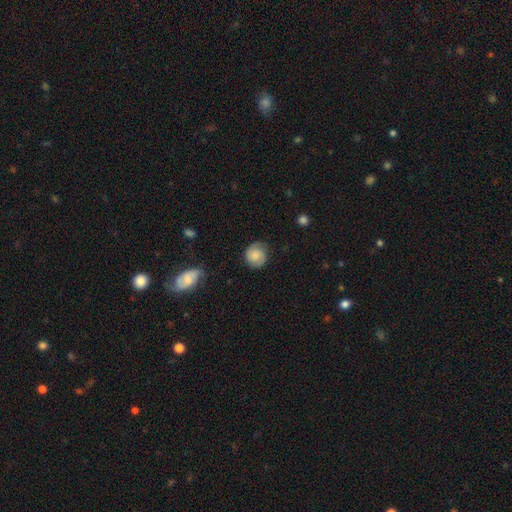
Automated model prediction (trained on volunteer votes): A smooth galaxy with no disk features (54%) that is round (84%).

Vote fractions:
- Smooth or featured? smooth: 54% / featured or disk: 37% / star or artifact: 8%
- How rounded? round: 84% / in between: 15% / cigar-shaped: 1%
- Merging? none: 70% / minor disturbance: 21% / major disturbance: 7% / merger: 1%